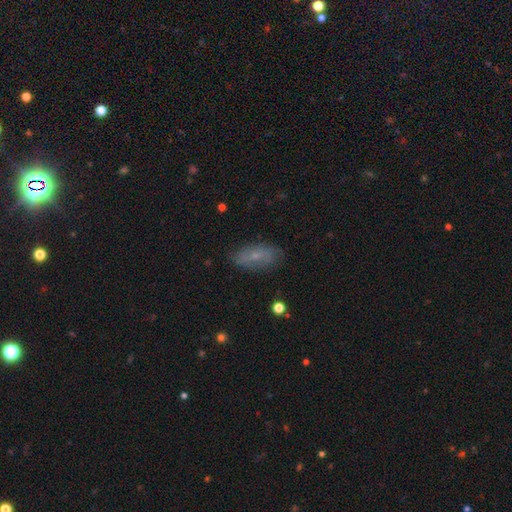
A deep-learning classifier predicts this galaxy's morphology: smooth_or_featured: smooth (p=0.61) [alt: featured or disk p=0.29]
how_rounded: in between (p=0.83) [alt: cigar-shaped p=0.13]
merging: none (p=0.78) [alt: minor disturbance p=0.16]